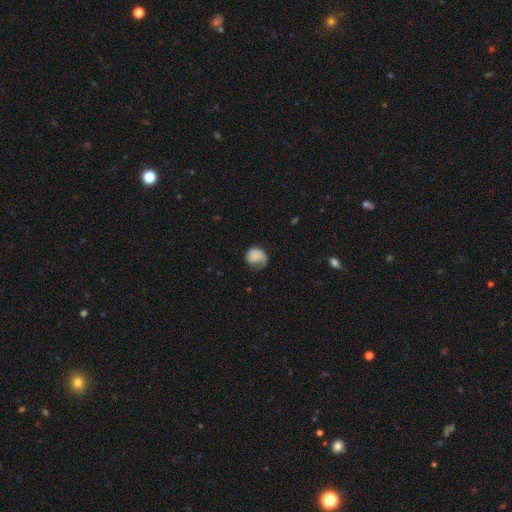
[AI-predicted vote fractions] This is likely a smooth galaxy (69%). How rounded: likely round (65%). Merging: marginally none (38%).